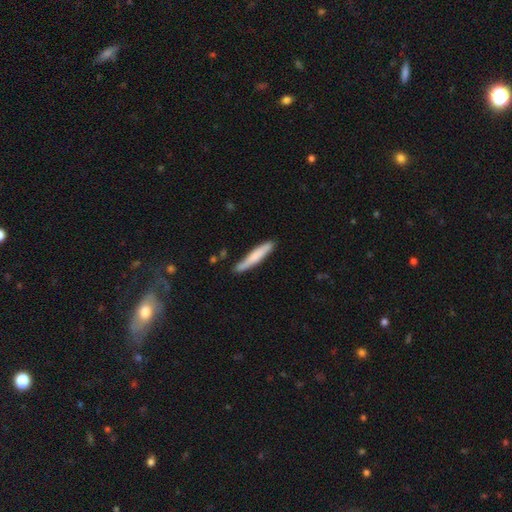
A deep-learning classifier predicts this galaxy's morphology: smooth_or_featured: smooth (p=0.68) [alt: featured or disk p=0.27]
how_rounded: cigar-shaped (p=0.93) [alt: in between p=0.06]
merging: none (p=0.79) [alt: minor disturbance p=0.15]